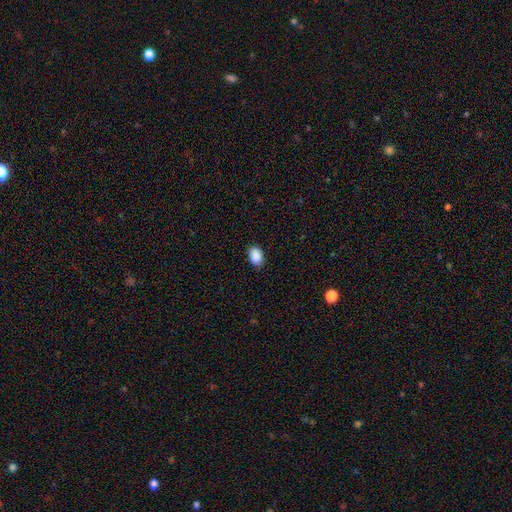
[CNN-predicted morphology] This is clearly a smooth galaxy (90%). How rounded: clearly in between (87%). Merging: clearly none (84%).